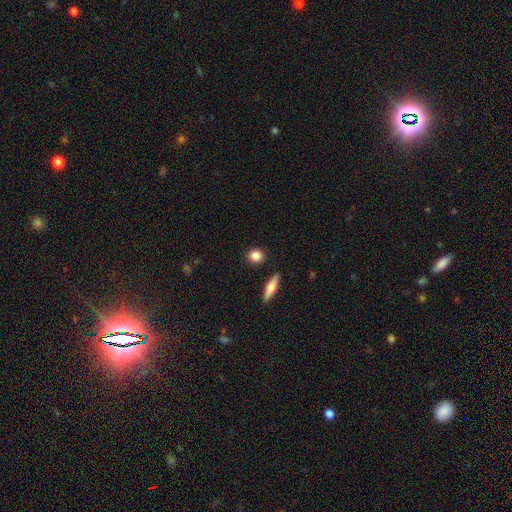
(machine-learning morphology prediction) Overall: smooth (85%). How rounded: round (73%). Merging: none (88%).